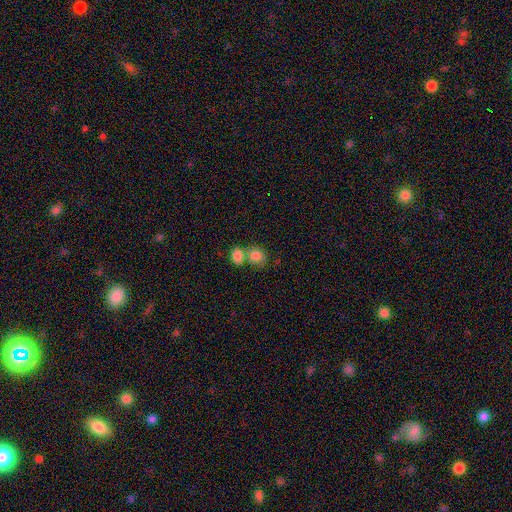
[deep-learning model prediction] Smooth or featured: smooth — 84% (star or artifact — 9%)
How rounded: round — 70% (in between — 29%)
Merging: merger — 51% (none — 38%)